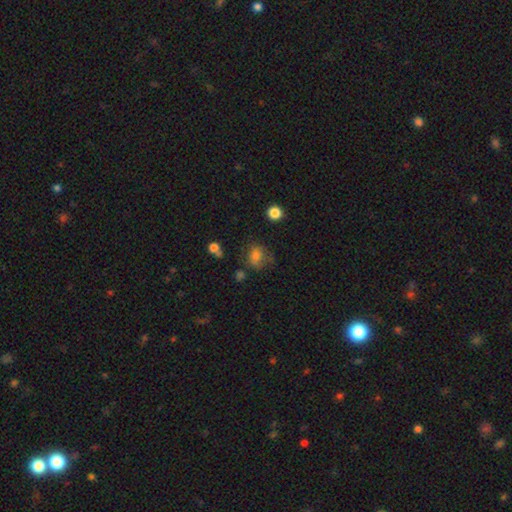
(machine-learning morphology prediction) Overall: smooth (72%). How rounded: round (57%; in between 41%). Merging: none (55%; minor disturbance 25%).